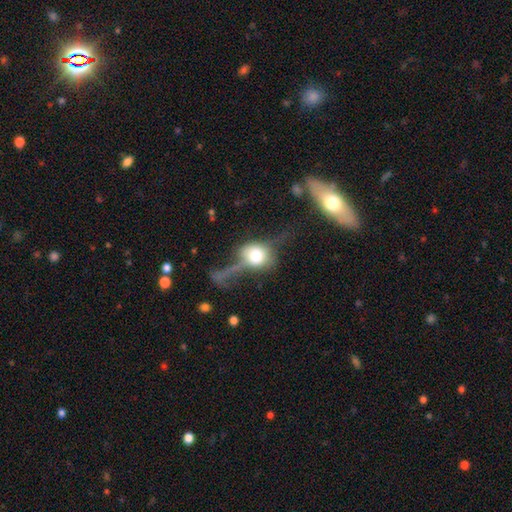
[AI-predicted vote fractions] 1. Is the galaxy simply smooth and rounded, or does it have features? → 45% featured or disk (tied), 45% smooth (tied), 10% star or artifact.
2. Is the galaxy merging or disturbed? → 37% major disturbance, 35% none, 18% minor disturbance, 10% merger.